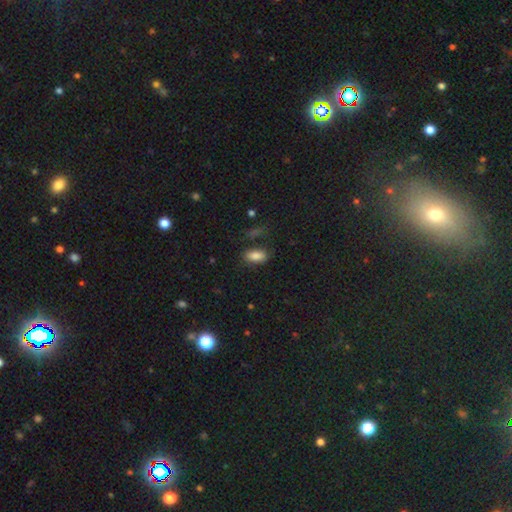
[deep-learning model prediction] smooth-or-featured: smooth: 84% | star or artifact: 9% | featured or disk: 7%
  how-rounded: in between: 89% | cigar-shaped: 7% | round: 4%
  merging: none: 74% | minor disturbance: 16% | major disturbance: 6% | merger: 4%